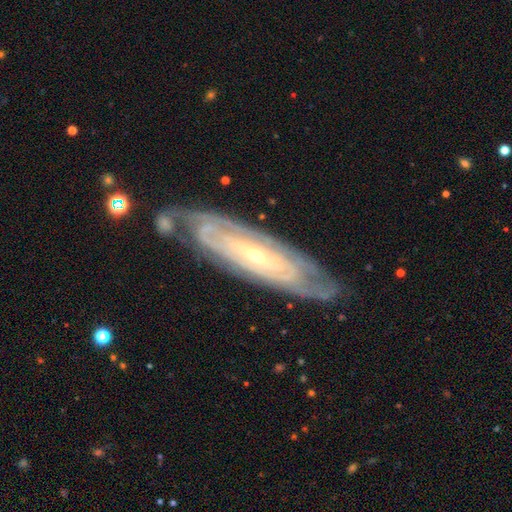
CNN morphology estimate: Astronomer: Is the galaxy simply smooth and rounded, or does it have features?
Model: featured or disk — 85%.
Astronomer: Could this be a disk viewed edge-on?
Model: no — 80%.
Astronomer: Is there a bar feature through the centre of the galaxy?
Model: no — 58%.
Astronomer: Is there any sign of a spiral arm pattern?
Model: yes — 91%.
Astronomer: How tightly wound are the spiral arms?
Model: tight — 80%.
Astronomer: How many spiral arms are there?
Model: can't tell — 55%.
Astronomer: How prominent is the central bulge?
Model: small — 74%.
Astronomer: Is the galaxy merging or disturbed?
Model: none — 75%.